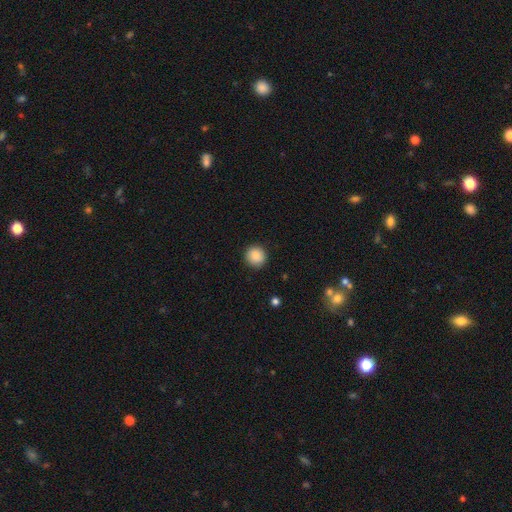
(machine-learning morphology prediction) Smooth or featured: smooth — 87% (star or artifact — 9%)
How rounded: round — 93% (in between — 6%)
Merging: none — 90% (minor disturbance — 7%)